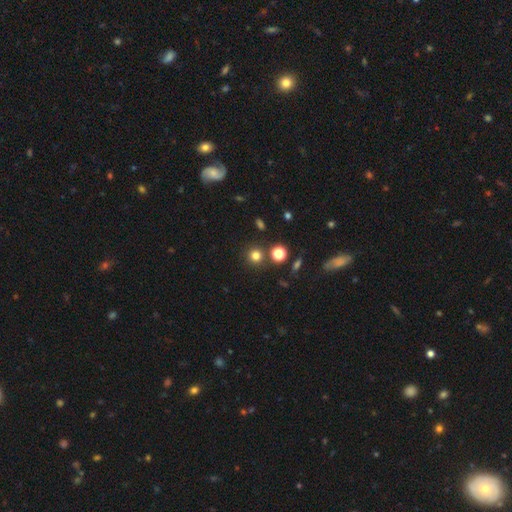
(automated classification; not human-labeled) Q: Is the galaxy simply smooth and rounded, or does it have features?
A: smooth — 77%.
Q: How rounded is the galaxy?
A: round — 93%.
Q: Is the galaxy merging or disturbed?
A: none — 84%.